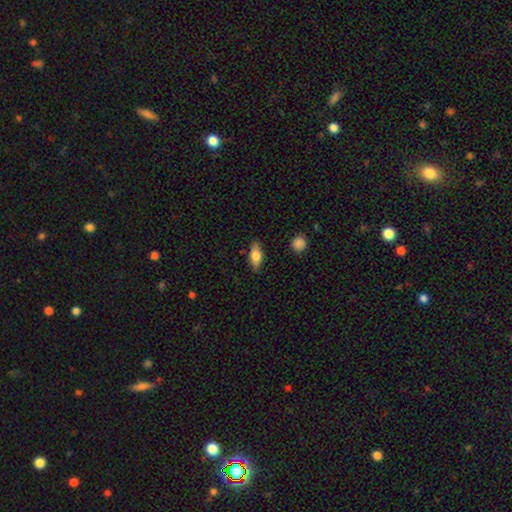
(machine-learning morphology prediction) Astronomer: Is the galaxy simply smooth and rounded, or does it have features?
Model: smooth — 74%.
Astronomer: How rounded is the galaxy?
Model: in between — 81%.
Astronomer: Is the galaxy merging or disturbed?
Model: none — 84%.